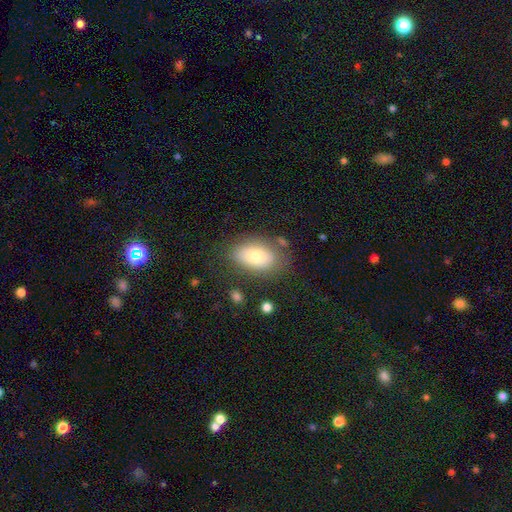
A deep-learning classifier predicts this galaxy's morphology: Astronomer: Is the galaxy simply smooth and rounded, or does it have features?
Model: smooth — 74%.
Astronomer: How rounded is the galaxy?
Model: in between — 90%.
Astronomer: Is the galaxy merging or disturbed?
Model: none — 74%.